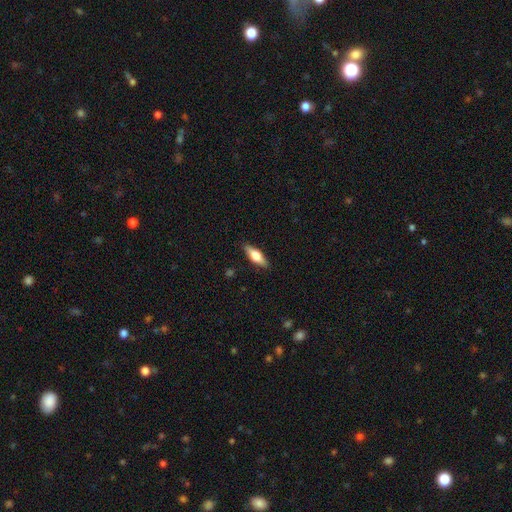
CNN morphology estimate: A smooth galaxy with no disk features (55%) that is in between round and cigar-shaped (54%). Merging: none (87%).